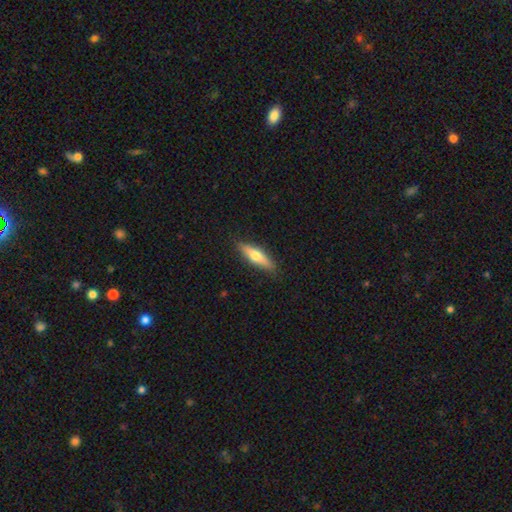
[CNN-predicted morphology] Q: Smooth or featured?
A: smooth (54%); runner-up: featured or disk (41%)
Q: How rounded?
A: cigar-shaped (68%); runner-up: in between (30%)
Q: Merging?
A: none (89%); runner-up: minor disturbance (9%)